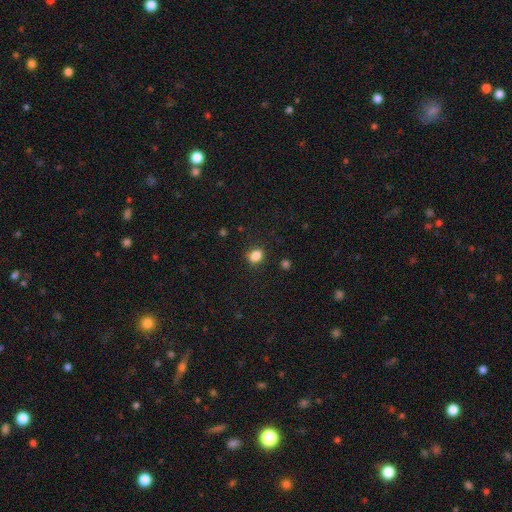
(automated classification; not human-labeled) smooth_or_featured: smooth (p=0.84) [alt: star or artifact p=0.11]
how_rounded: round (p=0.49) [tied with: in between p=0.49]
merging: none (p=0.83) [alt: minor disturbance p=0.13]